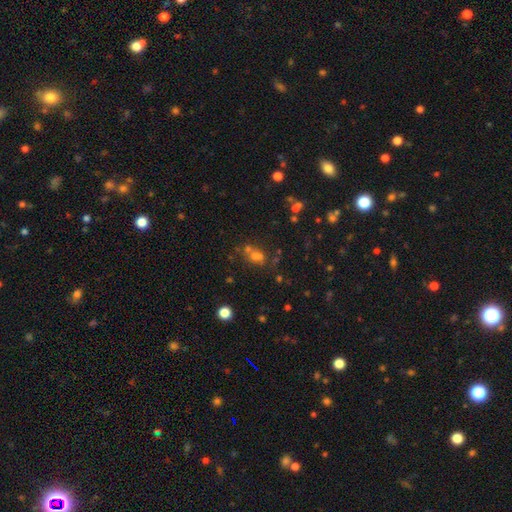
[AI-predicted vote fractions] Smooth or featured? Predicted: smooth (p=0.54). How rounded? Predicted: in between (p=0.50). Merging? Predicted: none (p=0.48).